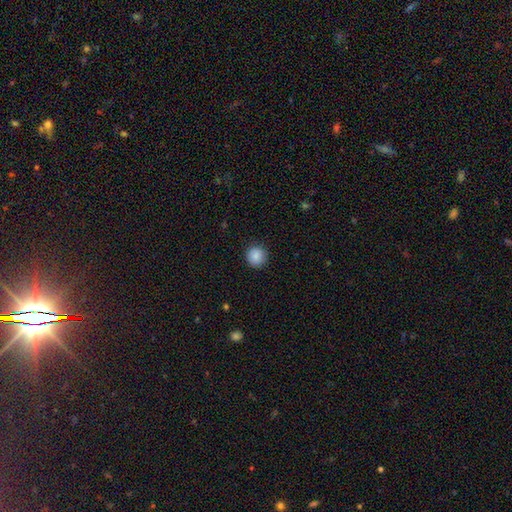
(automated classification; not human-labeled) Q: Smooth or featured?
A: smooth (88%); runner-up: star or artifact (9%)
Q: How rounded?
A: round (93%); runner-up: in between (6%)
Q: Merging?
A: none (89%); runner-up: minor disturbance (8%)